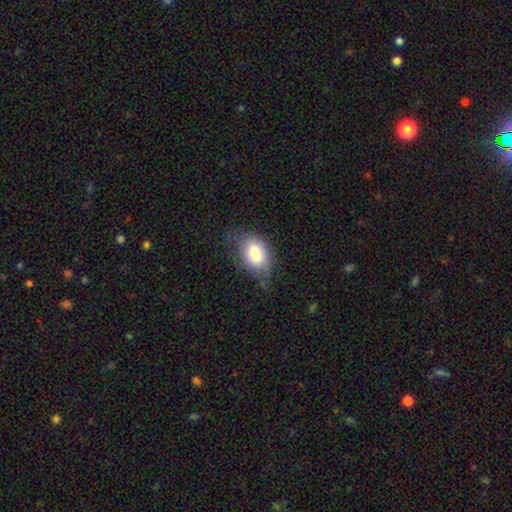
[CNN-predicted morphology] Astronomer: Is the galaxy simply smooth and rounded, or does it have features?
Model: smooth — 76%.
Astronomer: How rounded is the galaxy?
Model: in between — 77%.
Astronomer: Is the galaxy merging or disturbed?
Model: none — 48% (runner-up: minor disturbance, 34%).